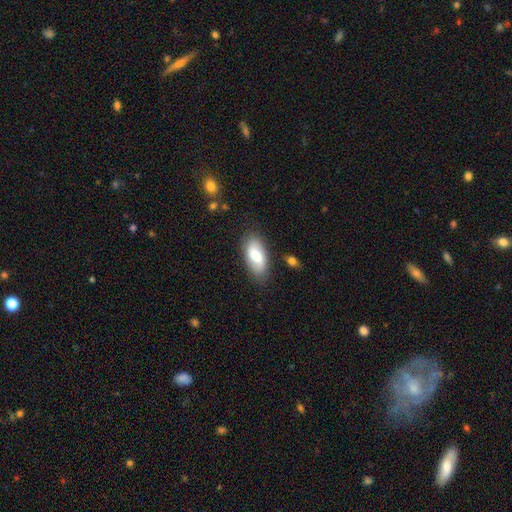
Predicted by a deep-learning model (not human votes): Morphology: type=smooth (64%); roundness=in between (90%); merging=none (82%).